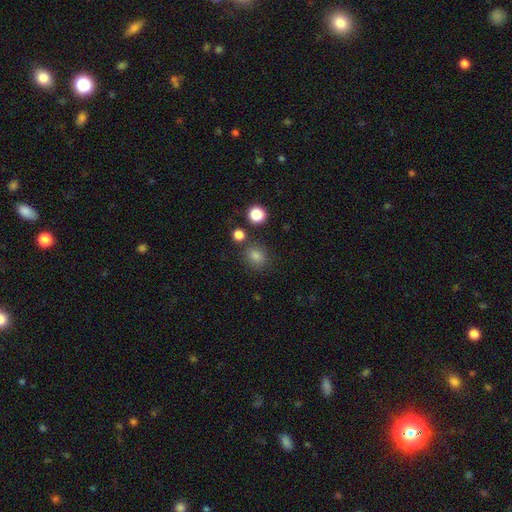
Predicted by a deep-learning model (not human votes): Smooth or featured? smooth (79%)
How rounded? round (78%)
Merging? none (80%)